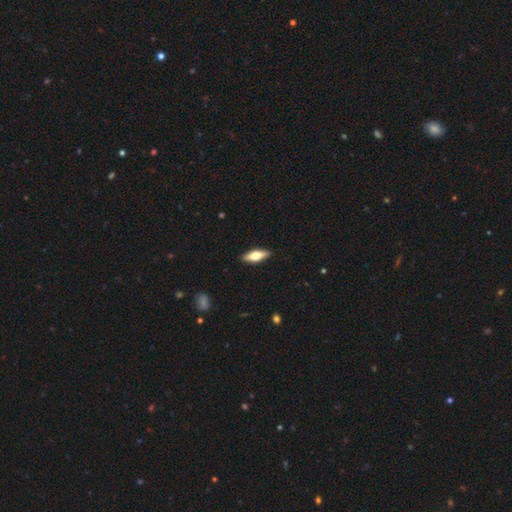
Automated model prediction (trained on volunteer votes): This appears to be a smooth galaxy with no disk features (54%) that is in between round and cigar-shaped (57%). Merging: none (89%).